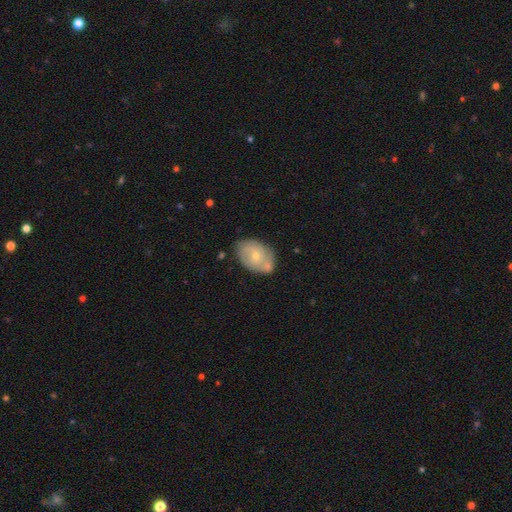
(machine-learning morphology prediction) Smooth or featured? featured or disk (56%)
Edge-on disk? no (96%)
Bar? no (59%)
Spiral arms? yes (74%)
Bulge size? small (58%)
Merging? none (58%)